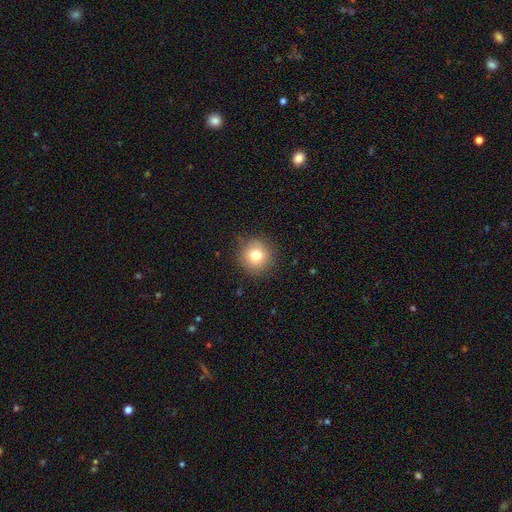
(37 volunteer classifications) A smooth galaxy with no disk features (81%) that is round (93%). Merging: none (86%).